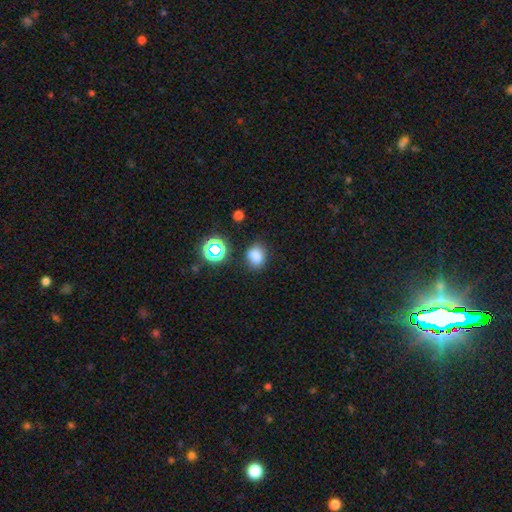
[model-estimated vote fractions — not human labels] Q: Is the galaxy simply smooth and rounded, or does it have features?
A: smooth — 78%.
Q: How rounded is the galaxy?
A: round — 53%.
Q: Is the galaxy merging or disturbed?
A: none — 78%.